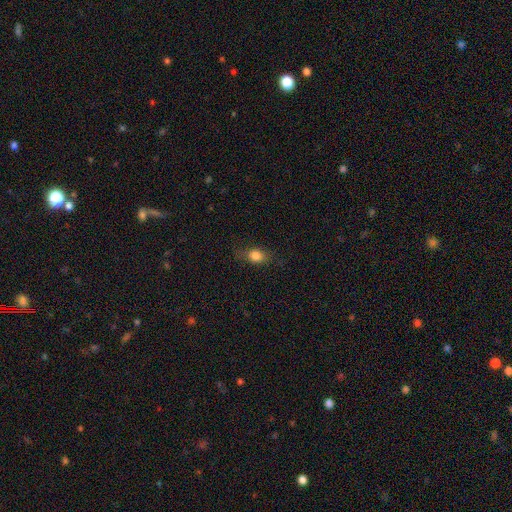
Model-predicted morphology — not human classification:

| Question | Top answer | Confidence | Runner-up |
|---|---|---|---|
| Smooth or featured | smooth | 80% | featured or disk (10%) |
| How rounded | in between | 61% | round (34%) |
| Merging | none | 75% | minor disturbance (18%) |